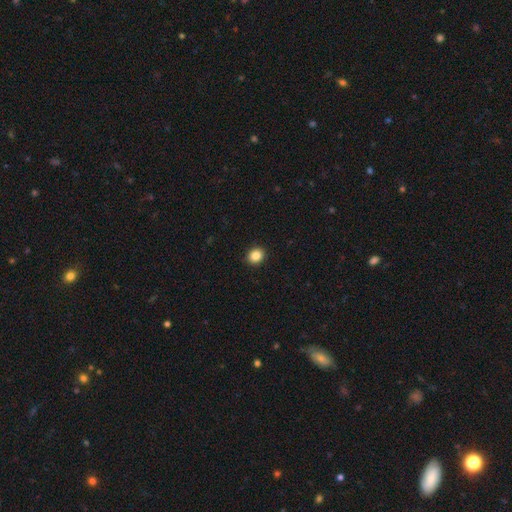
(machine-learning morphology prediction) This is clearly a smooth galaxy (85%). How rounded: likely round (69%). Merging: clearly none (92%).